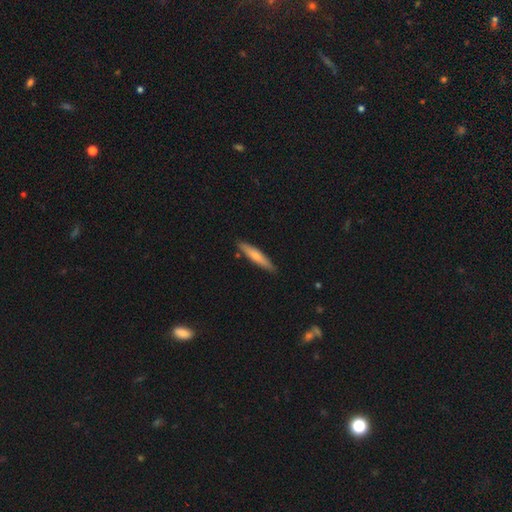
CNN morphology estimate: Smooth or featured? Predicted: smooth (p=0.63). How rounded? Predicted: cigar-shaped (p=0.88). Merging? Predicted: none (p=0.87).